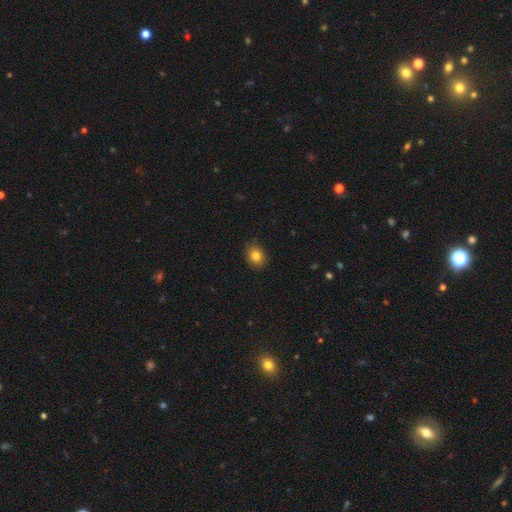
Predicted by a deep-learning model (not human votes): Smooth or featured? Predicted: smooth (p=0.83). How rounded? Predicted: in between (p=0.54). Merging? Predicted: none (p=0.87).